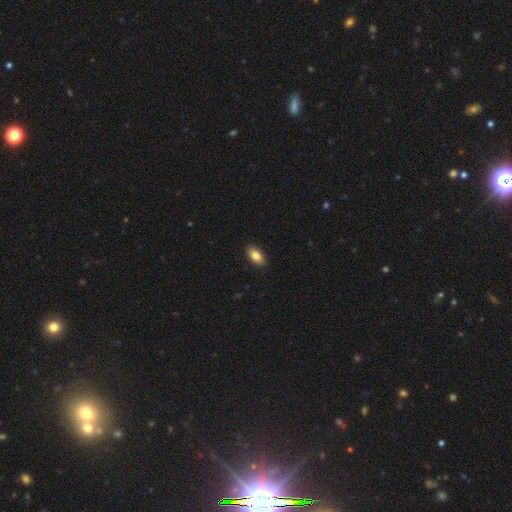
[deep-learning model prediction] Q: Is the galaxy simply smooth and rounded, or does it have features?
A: smooth — 83%.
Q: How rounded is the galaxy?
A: in between — 91%.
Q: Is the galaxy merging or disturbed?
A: none — 90%.